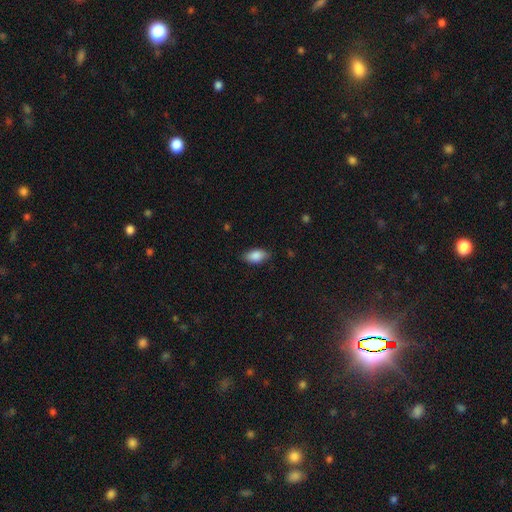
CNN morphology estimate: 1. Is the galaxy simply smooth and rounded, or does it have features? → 86% smooth, 7% featured or disk, 7% star or artifact.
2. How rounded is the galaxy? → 91% in between, 4% round, 4% cigar-shaped.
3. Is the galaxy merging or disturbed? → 82% none, 14% minor disturbance, 3% major disturbance, 1% merger.